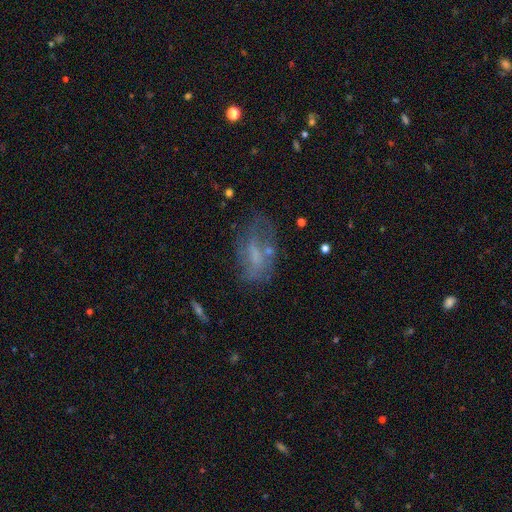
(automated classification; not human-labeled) Morphology: type=featured or disk (45%); merging=none (45%).